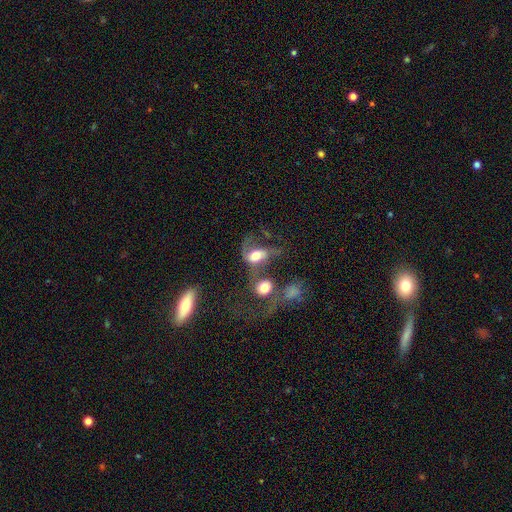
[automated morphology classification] Overall: featured or disk (47%; smooth 43%). Merging: merger (51%; major disturbance 26%).